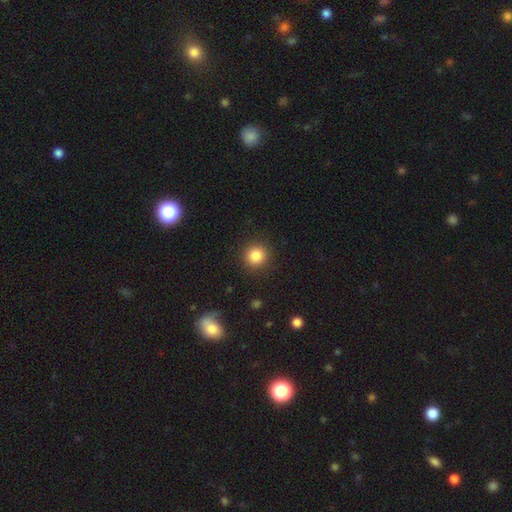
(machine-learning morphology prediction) This appears to be a smooth galaxy with no disk features (85%) that is round (93%). Merging: none (91%).